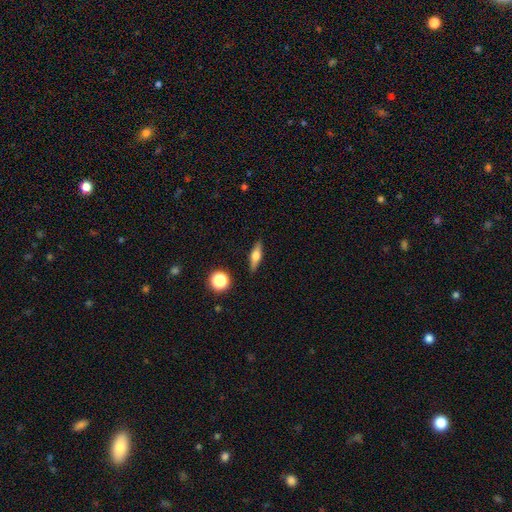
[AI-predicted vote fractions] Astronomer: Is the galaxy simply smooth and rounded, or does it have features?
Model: featured or disk — 46% (runner-up: smooth, 45%).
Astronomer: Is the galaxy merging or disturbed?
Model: none — 88%.